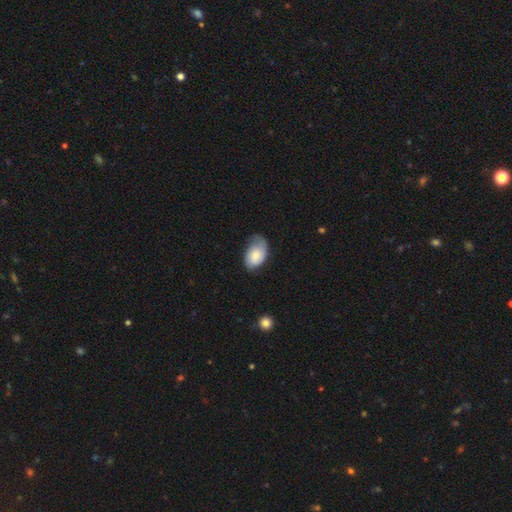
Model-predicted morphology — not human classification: The model was most divided on "merging": none: 43%, minor disturbance: 39%, major disturbance: 17%, merger: 2%. More confident: how rounded — in between (88%); smooth or featured — smooth (66%).